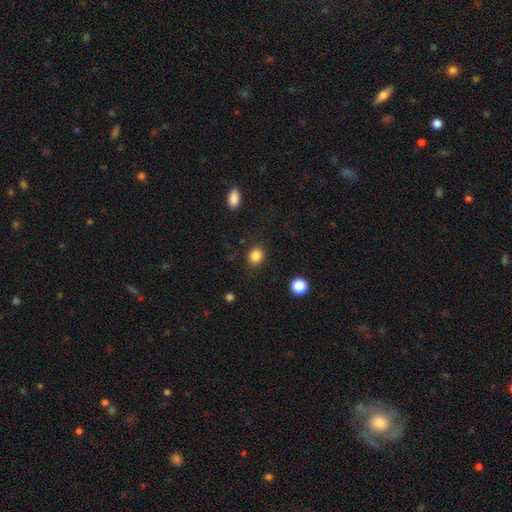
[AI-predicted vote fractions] Morphology: type=smooth (86%); roundness=round (68%); merging=none (84%).